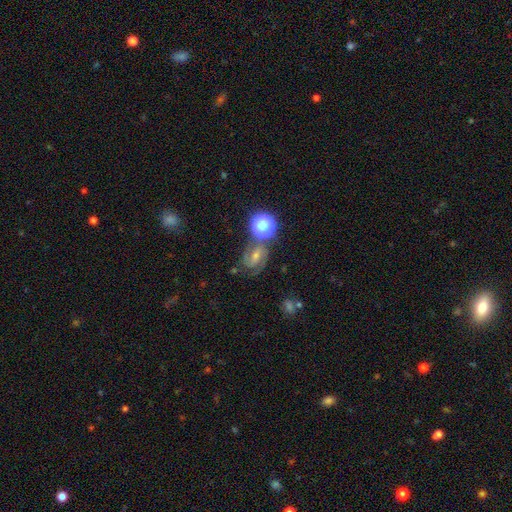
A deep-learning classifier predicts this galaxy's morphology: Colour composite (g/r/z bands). It shows a featured or disk galaxy (73%) with a weak bar (46%), 2 (82%) medium (50%) spiral arms (96%) and a small central bulge (46%, tied with moderate). Merging: none (69%).